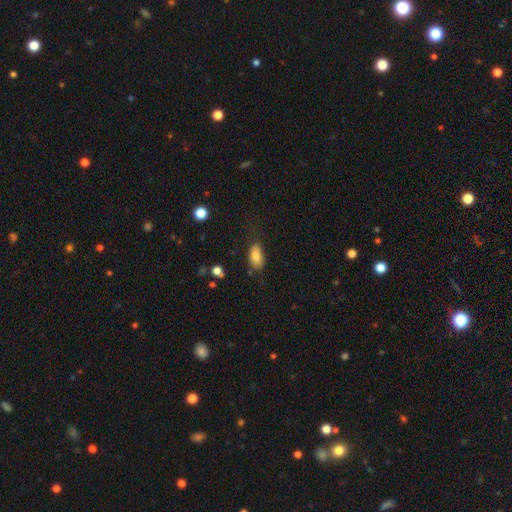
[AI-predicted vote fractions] A smooth galaxy with no disk features (83%) that is in between round and cigar-shaped (90%).

Vote fractions:
- Smooth or featured? smooth: 83% / featured or disk: 9% / star or artifact: 8%
- How rounded? in between: 90% / cigar-shaped: 5% / round: 4%
- Merging? none: 66% / minor disturbance: 24% / major disturbance: 7% / merger: 3%